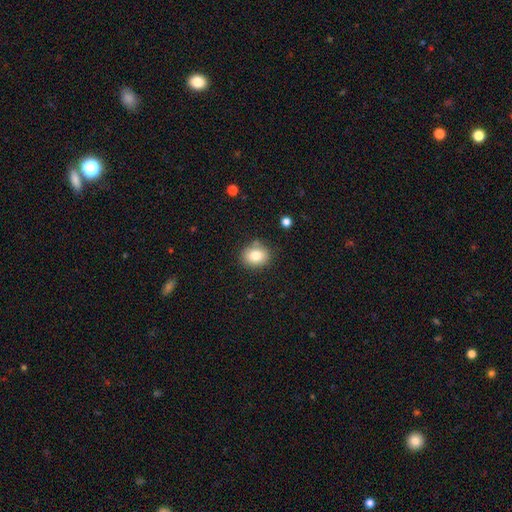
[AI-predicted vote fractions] This appears to be a smooth galaxy with no disk features (81%) that is round (64%). Merging: none (82%).